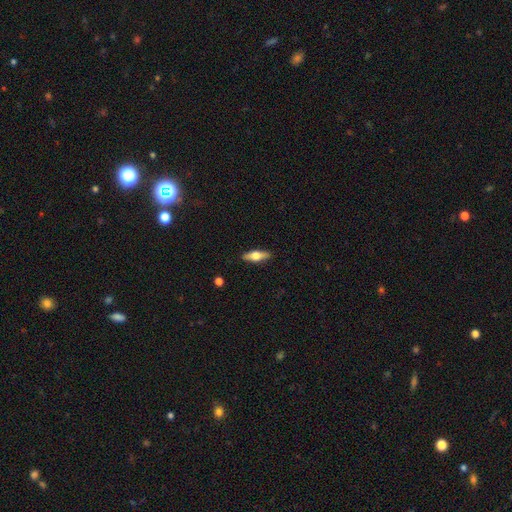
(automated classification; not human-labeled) Smooth or featured?
  - smooth: 48% *
  - featured or disk: 46%
  - star or artifact: 6%
Merging?
  - none: 88% *
  - minor disturbance: 9%
  - major disturbance: 2%
  - merger: 1%